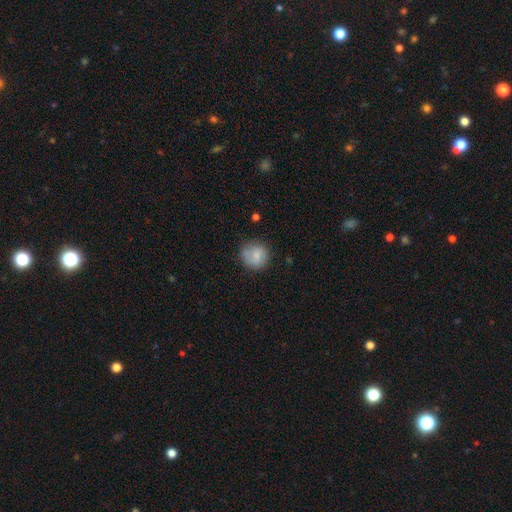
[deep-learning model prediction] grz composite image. It shows a smooth galaxy with no disk features (78%) that is round (89%). Merging: none (73%).